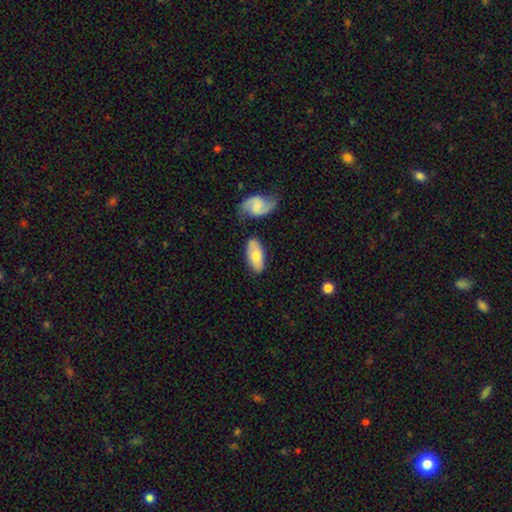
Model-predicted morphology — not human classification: This is likely a smooth galaxy (63%). How rounded: clearly in between (90%). Merging: likely none (69%).